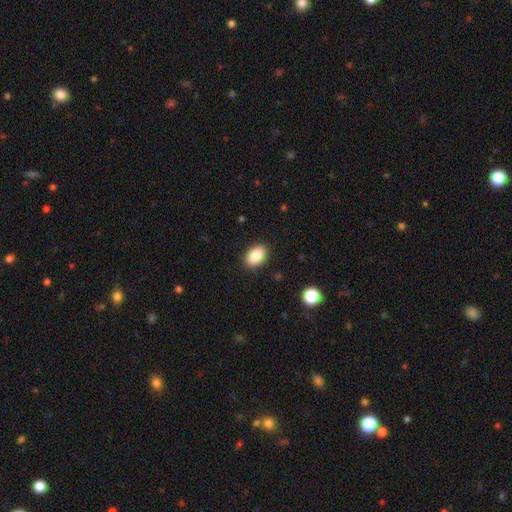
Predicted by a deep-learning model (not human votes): Morphology: type=smooth (86%); roundness=in between (87%); merging=none (89%).